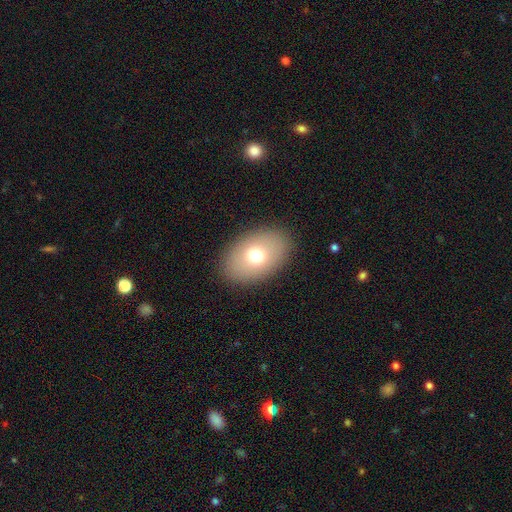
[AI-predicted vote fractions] smooth 71%, featured or disk 20%, star or artifact 9%. Down the decision tree: how rounded — in between (85%); merging — none (88%).